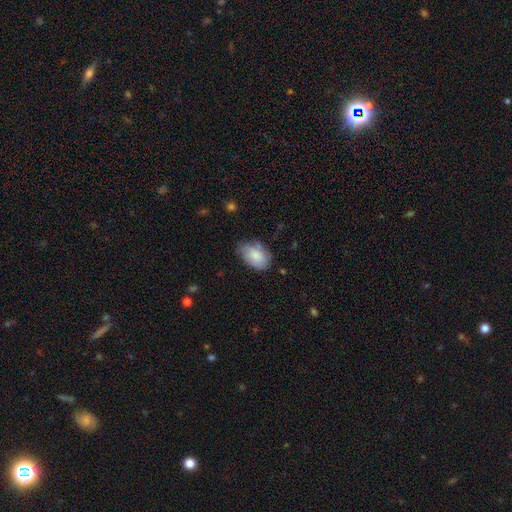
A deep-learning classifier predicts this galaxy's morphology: Q: Smooth or featured?
A: smooth (77%); runner-up: featured or disk (16%)
Q: How rounded?
A: in between (89%); runner-up: round (10%)
Q: Merging?
A: none (58%); runner-up: minor disturbance (32%)